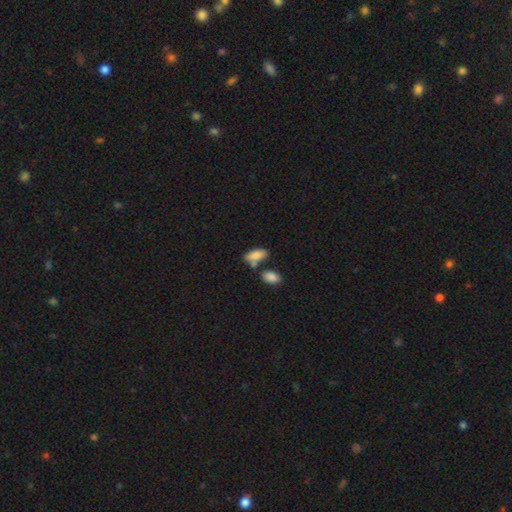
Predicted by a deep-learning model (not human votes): smooth-or-featured: smooth: 81% | featured or disk: 11% | star or artifact: 7%
  how-rounded: in between: 82% | cigar-shaped: 15% | round: 3%
  merging: none: 53% | merger: 25% | minor disturbance: 16% | major disturbance: 5%